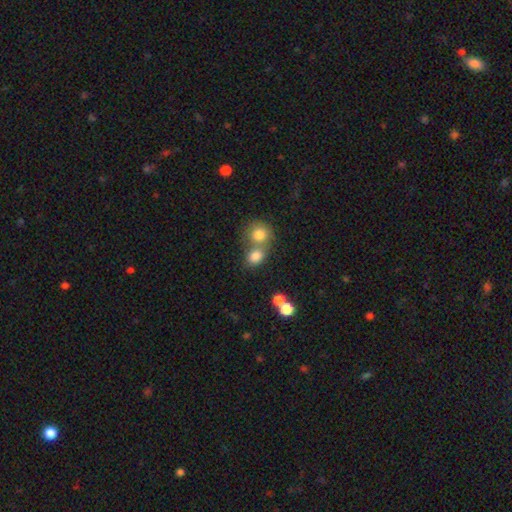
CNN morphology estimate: Smooth or featured?
  - smooth: 80% *
  - star or artifact: 12%
  - featured or disk: 8%
How rounded?
  - round: 61% *
  - in between: 38%
  - cigar-shaped: 1%
Merging?
  - merger: 46% *
  - none: 42%
  - minor disturbance: 8%
  - major disturbance: 4%